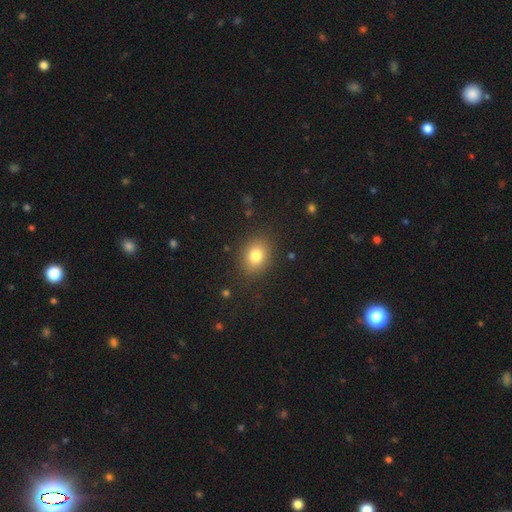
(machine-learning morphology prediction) Q: Smooth or featured?
A: smooth (80%); runner-up: star or artifact (11%)
Q: How rounded?
A: in between (50%); runner-up: round (49%)
Q: Merging?
A: none (86%); runner-up: minor disturbance (9%)